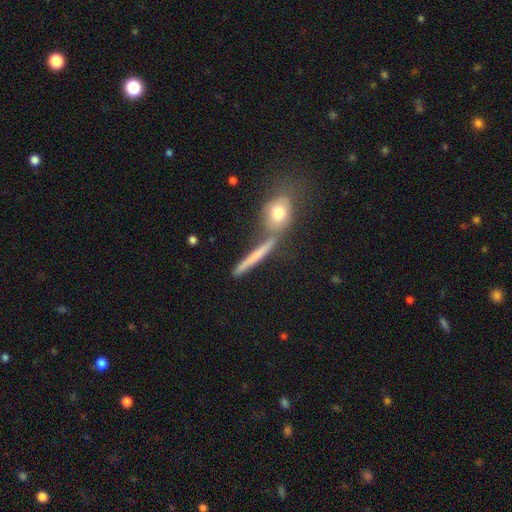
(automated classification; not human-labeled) A smooth galaxy with no disk features (57%) that is cigar-shaped (85%). Merging: none (67%).